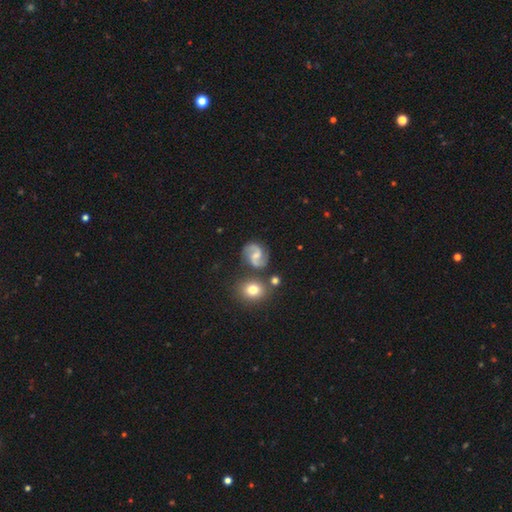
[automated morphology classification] Smooth or featured? Predicted: featured or disk (p=0.85). Edge-on disk? Predicted: no (p=0.98). Bar? Predicted: weak (p=0.52). Spiral arms? Predicted: yes (p=0.97). Spiral winding? Predicted: medium (p=0.51). Spiral arm count? Predicted: 2 (p=0.94). Bulge size? Predicted: small (p=0.46). Merging? Predicted: none (p=0.77).